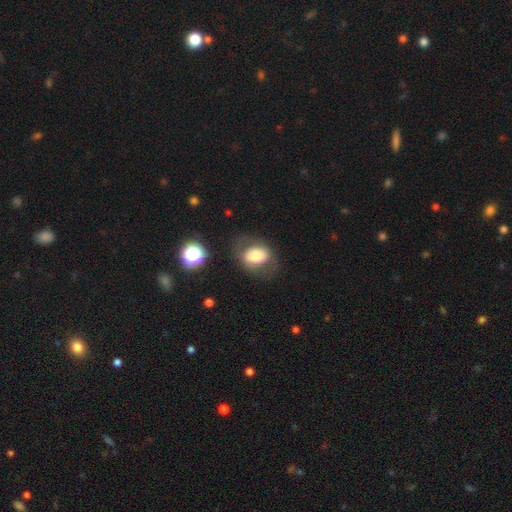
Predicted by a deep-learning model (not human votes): A smooth galaxy with no disk features (66%) that is in between round and cigar-shaped (67%). Merging: none (71%).